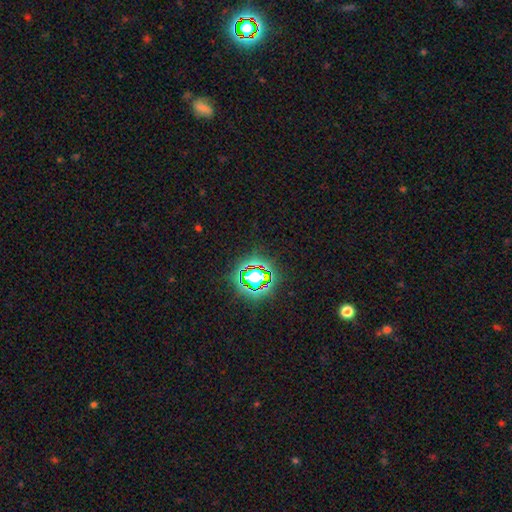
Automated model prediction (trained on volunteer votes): Overall: star or artifact (78%).